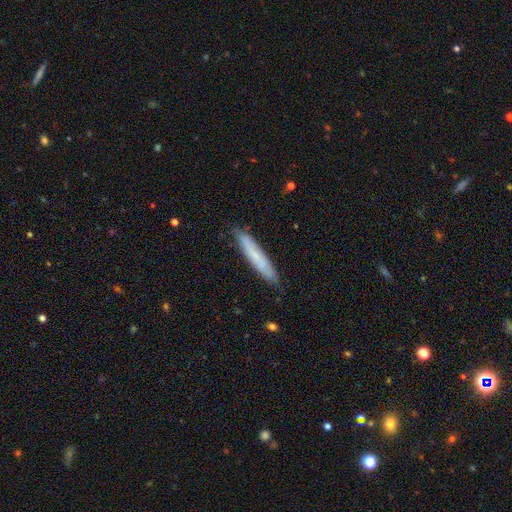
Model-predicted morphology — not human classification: smooth-or-featured: smooth: 66% | featured or disk: 28% | star or artifact: 6%
  how-rounded: cigar-shaped: 92% | in between: 7% | round: 1%
  merging: none: 86% | minor disturbance: 11% | major disturbance: 2% | merger: 1%